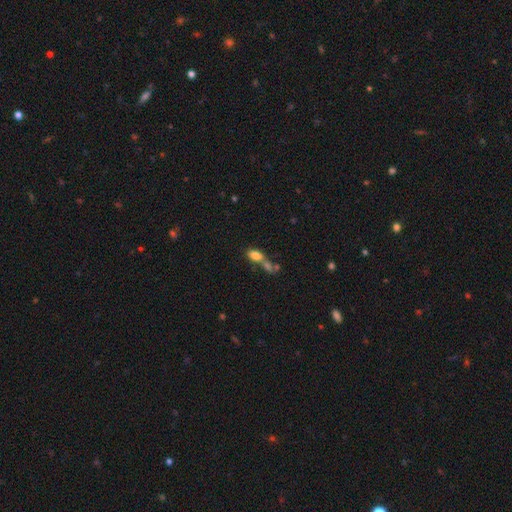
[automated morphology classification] type=smooth (77%); roundness=in between (84%); merging=merger (52%).